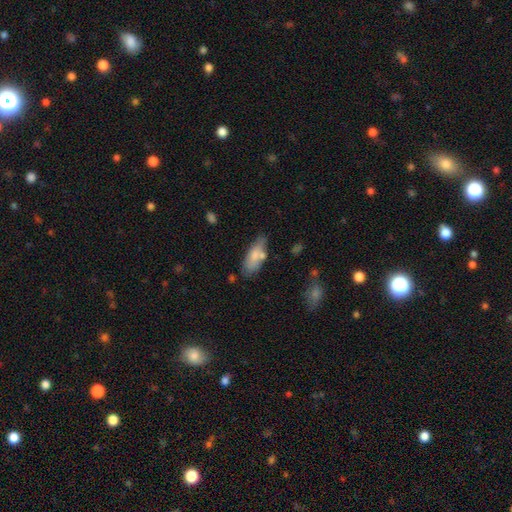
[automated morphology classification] Overall: smooth (74%). How rounded: in between (74%). Merging: none (58%; minor disturbance 24%).